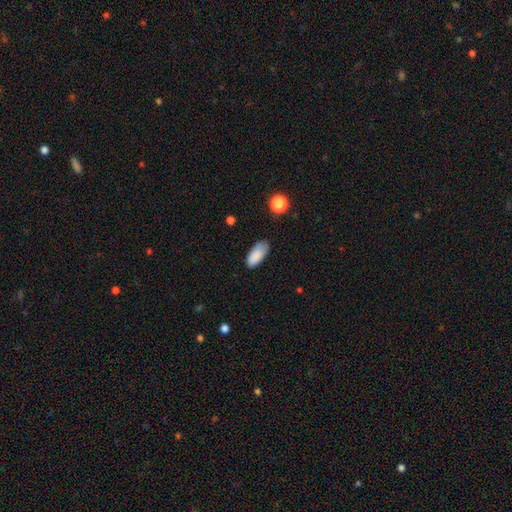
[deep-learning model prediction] smooth 87%, star or artifact 8%, featured or disk 6%. Down the decision tree: how rounded — in between (88%); merging — none (70%).